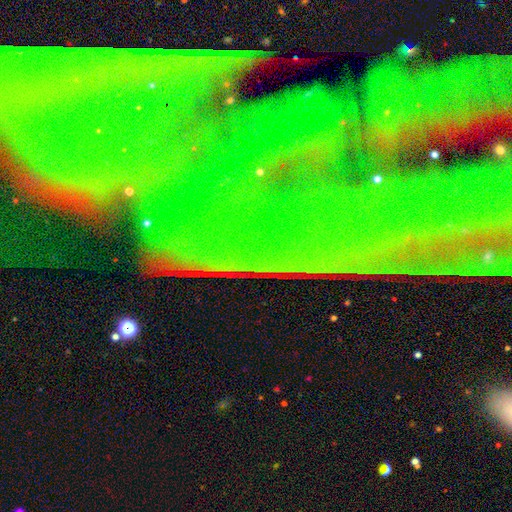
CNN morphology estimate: smooth_or_featured: star or artifact (p=0.81) [alt: featured or disk p=0.10]